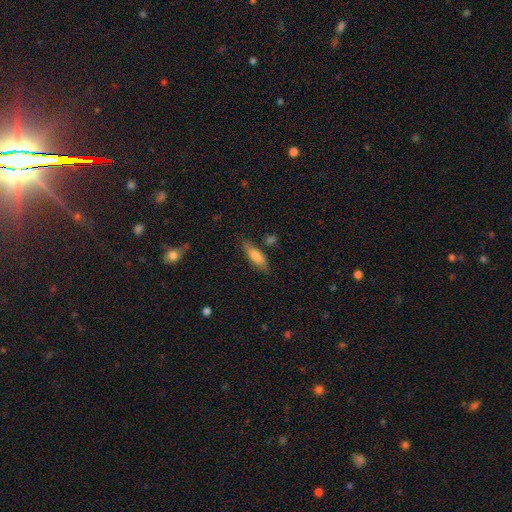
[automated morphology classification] smooth-or-featured: smooth: 73% | featured or disk: 20% | star or artifact: 7%
  how-rounded: in between: 49% | cigar-shaped: 48% | round: 2%
  merging: none: 73% | minor disturbance: 18% | merger: 5% | major disturbance: 4%